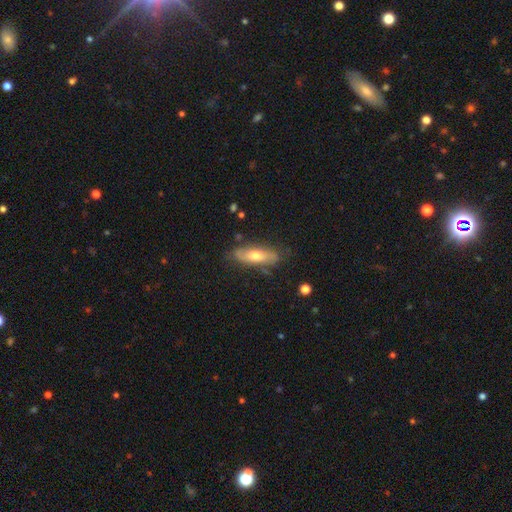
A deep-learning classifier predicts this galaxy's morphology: Smooth or featured? Predicted: smooth (p=0.53). How rounded? Predicted: in between (p=0.59). Merging? Predicted: none (p=0.74).